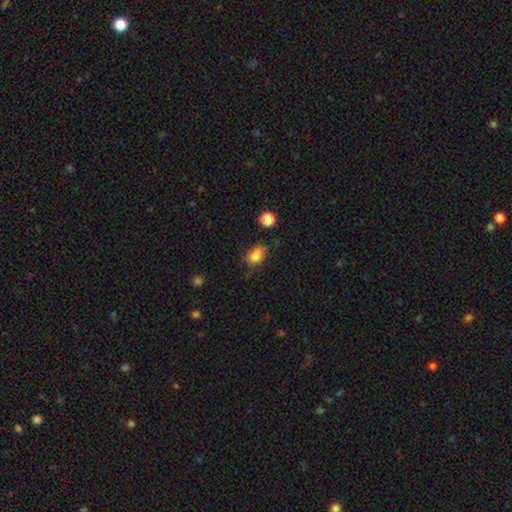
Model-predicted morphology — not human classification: Overall: smooth (78%). How rounded: in between (61%; round 37%). Merging: none (50%; minor disturbance 28%).